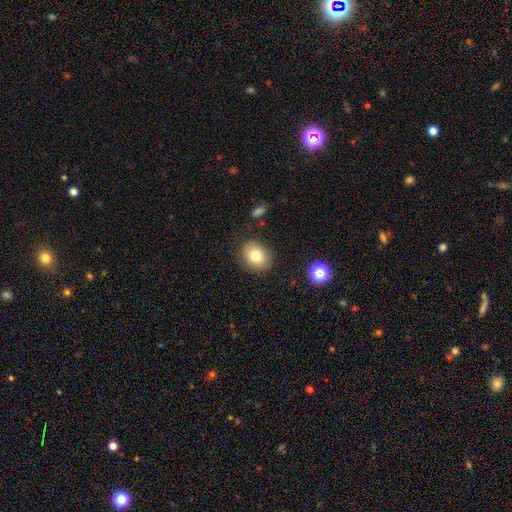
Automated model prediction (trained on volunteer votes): A smooth galaxy with no disk features (78%) that is round (51%). Merging: none (86%).